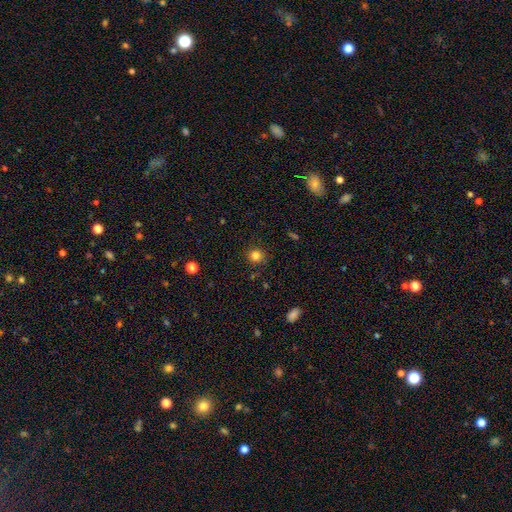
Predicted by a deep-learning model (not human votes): smooth_or_featured: smooth (p=0.82) [alt: star or artifact p=0.13]
how_rounded: round (p=0.89) [alt: in between p=0.10]
merging: none (p=0.87) [alt: minor disturbance p=0.09]